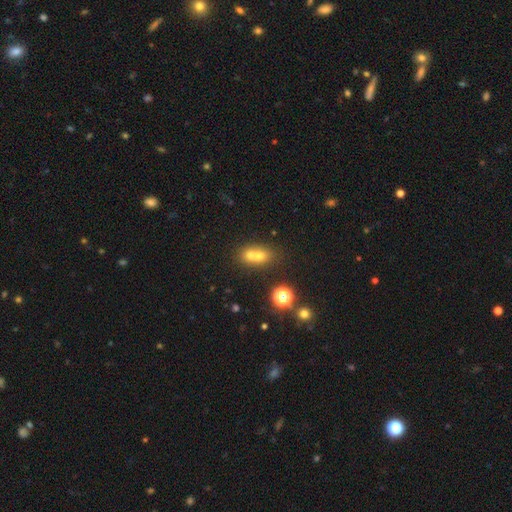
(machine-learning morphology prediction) smooth-or-featured: smooth: 62% | featured or disk: 21% | star or artifact: 17%
  how-rounded: in between: 50% | round: 47% | cigar-shaped: 3%
  merging: merger: 64% | none: 26% | minor disturbance: 6% | major disturbance: 3%